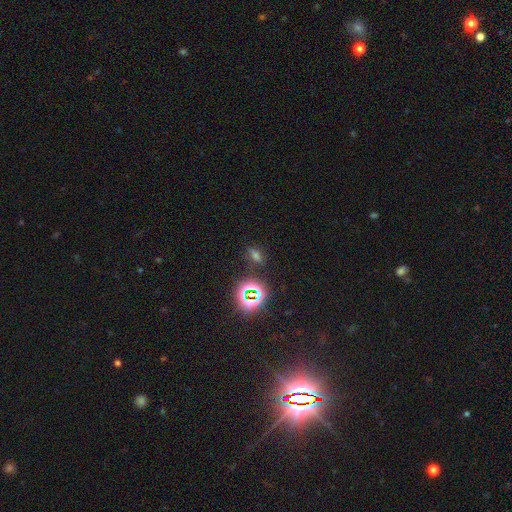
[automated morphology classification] A smooth galaxy with no disk features (44%).

Vote fractions:
- Smooth or featured? smooth: 44% / star or artifact: 43% / featured or disk: 12%
- Merging? none: 77% / minor disturbance: 13% / major disturbance: 5% / merger: 5%